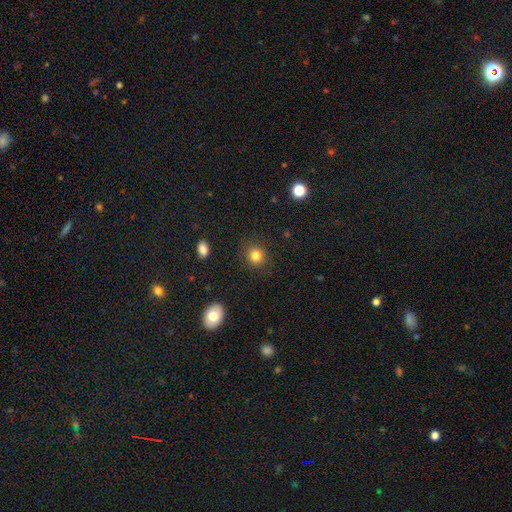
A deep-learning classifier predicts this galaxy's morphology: Smooth or featured? smooth (82%)
How rounded? round (86%)
Merging? none (88%)